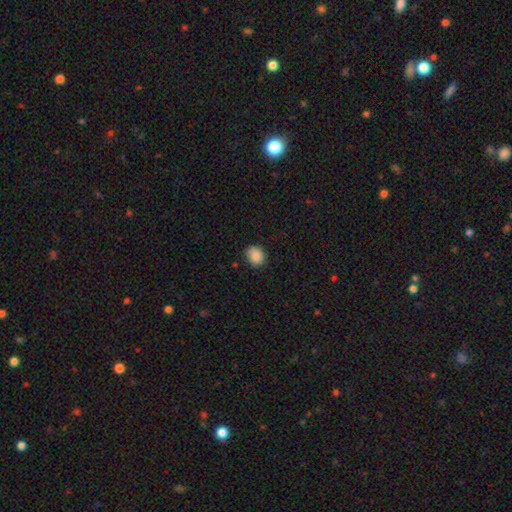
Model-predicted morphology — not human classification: Q: Smooth or featured?
A: smooth (87%); runner-up: star or artifact (9%)
Q: How rounded?
A: round (59%); runner-up: in between (40%)
Q: Merging?
A: none (77%); runner-up: minor disturbance (19%)